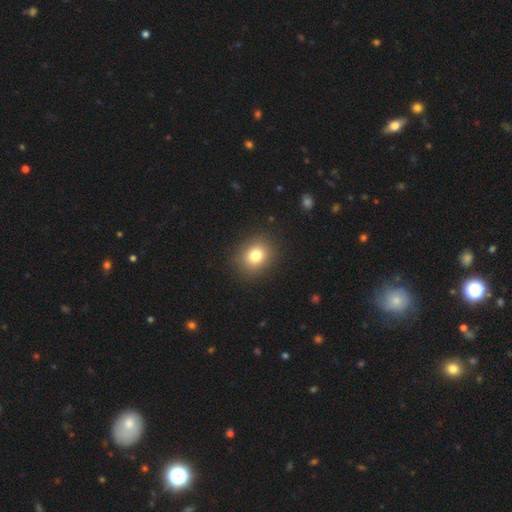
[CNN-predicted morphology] A smooth galaxy with no disk features (79%) that is round (63%). Merging: none (89%).